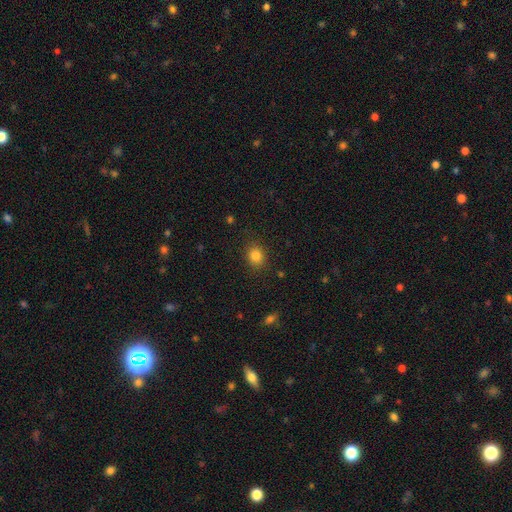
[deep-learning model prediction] Q: Smooth or featured?
A: smooth (83%); runner-up: star or artifact (12%)
Q: How rounded?
A: round (66%); runner-up: in between (33%)
Q: Merging?
A: none (87%); runner-up: minor disturbance (9%)